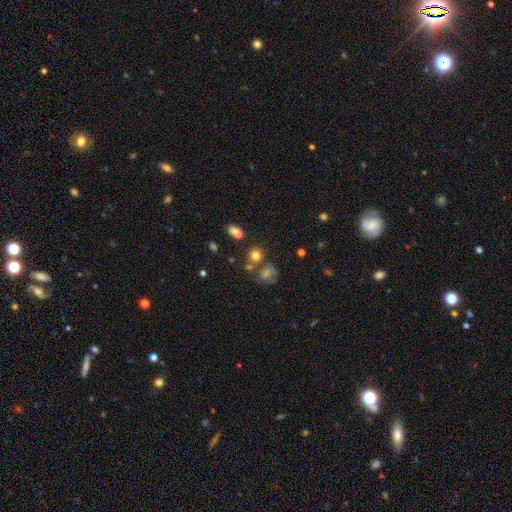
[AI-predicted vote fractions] Smooth or featured: smooth — 73% (star or artifact — 17%)
How rounded: round — 77% (in between — 22%)
Merging: none — 60% (merger — 20%)